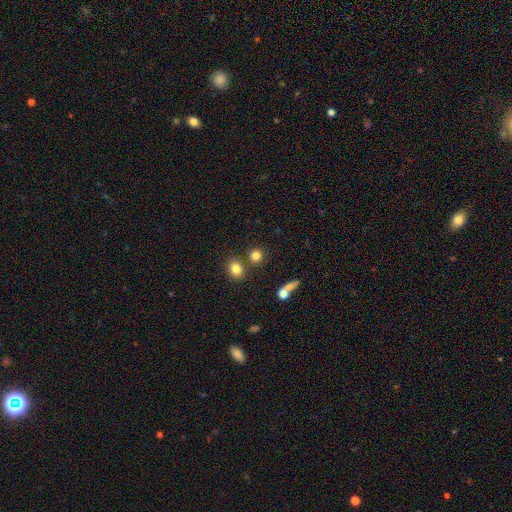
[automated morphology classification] type=smooth (81%); roundness=round (82%); merging=none (70%).